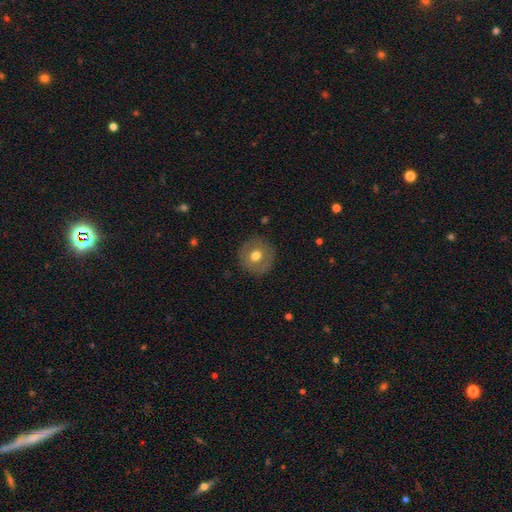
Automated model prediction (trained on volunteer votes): Morphology: type=smooth (64%); roundness=round (94%); merging=none (88%).